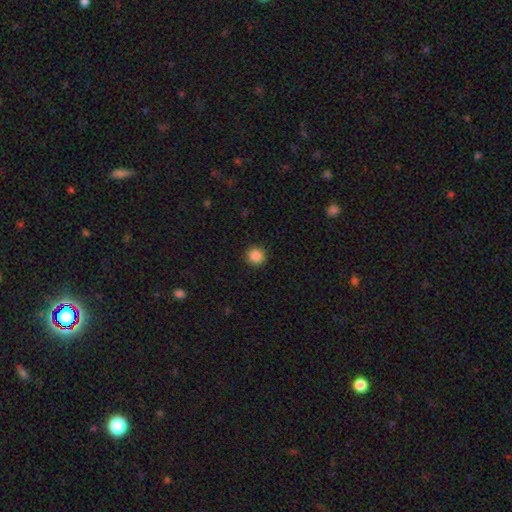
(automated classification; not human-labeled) Smooth or featured?
  - smooth: 87% *
  - star or artifact: 10%
  - featured or disk: 3%
How rounded?
  - round: 94% *
  - in between: 5%
  - cigar-shaped: 1%
Merging?
  - none: 92% *
  - minor disturbance: 5%
  - major disturbance: 2%
  - merger: 1%